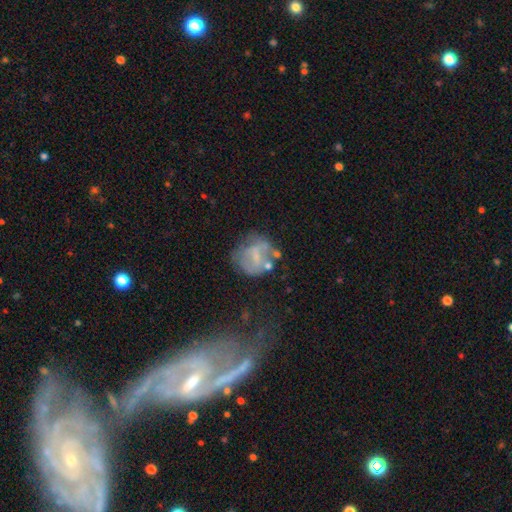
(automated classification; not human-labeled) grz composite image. It shows a featured or disk galaxy (50%). Merging: none (50%).